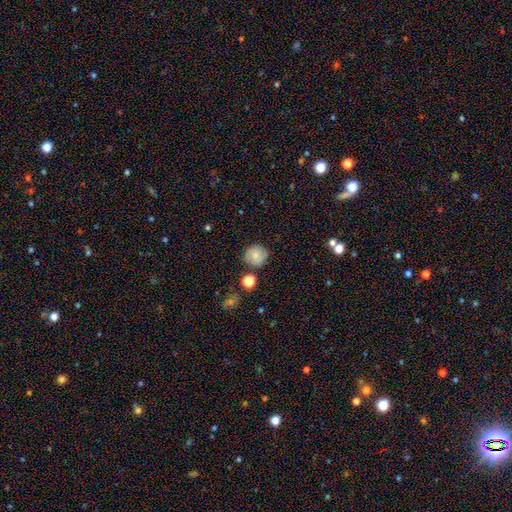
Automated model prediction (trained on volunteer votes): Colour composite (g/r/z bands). It shows a smooth galaxy with no disk features (60%) that is round (88%). Merging: none (78%).